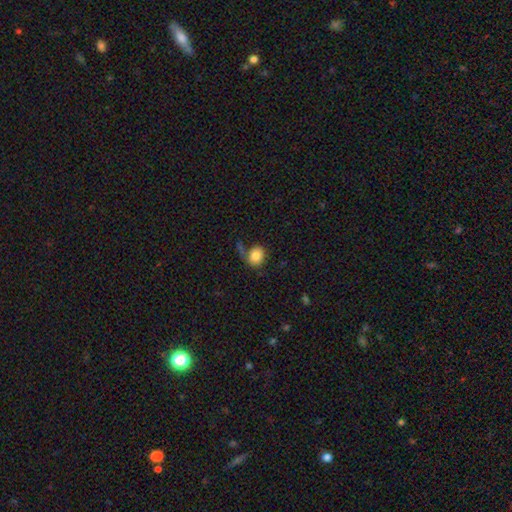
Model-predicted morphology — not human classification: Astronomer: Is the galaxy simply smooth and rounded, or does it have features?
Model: smooth — 83%.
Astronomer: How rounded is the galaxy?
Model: round — 70%.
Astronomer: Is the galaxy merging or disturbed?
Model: none — 63%.